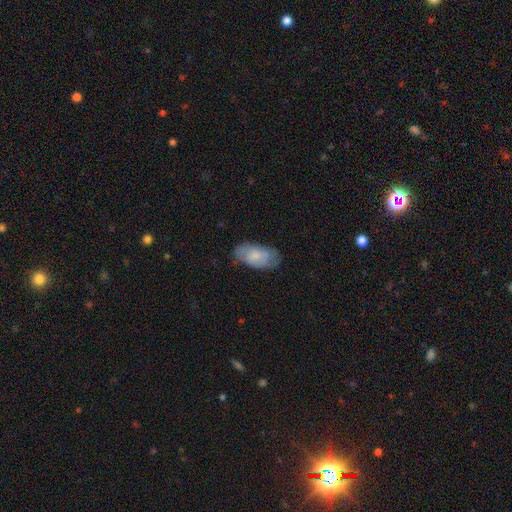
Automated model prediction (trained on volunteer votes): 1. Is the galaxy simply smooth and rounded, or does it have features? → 65% smooth, 28% featured or disk, 6% star or artifact.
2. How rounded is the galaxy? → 94% in between, 3% cigar-shaped, 3% round.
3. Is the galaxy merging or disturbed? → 66% none, 26% minor disturbance, 7% major disturbance, 1% merger.